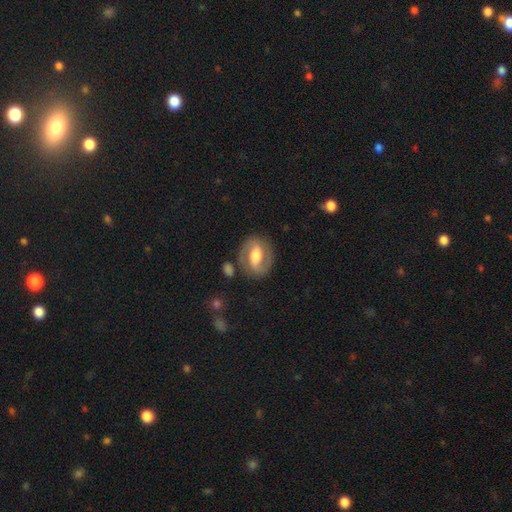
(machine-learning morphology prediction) featured or disk 76%, smooth 19%, star or artifact 5%. Down the decision tree: edge-on disk — no (96%); bar — strong (53%); spiral arms — yes (83%); spiral arm count — 2 (88%); spiral winding — medium (47%); bulge size — moderate (63%); merging — none (80%).